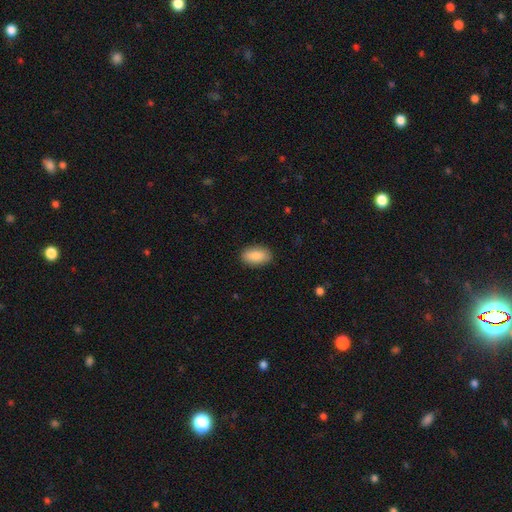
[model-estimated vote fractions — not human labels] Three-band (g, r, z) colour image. It shows a smooth galaxy with no disk features (89%) that is in between round and cigar-shaped (93%). Merging: none (88%).